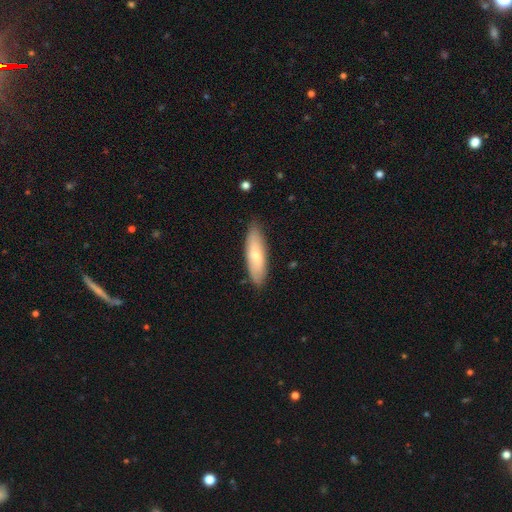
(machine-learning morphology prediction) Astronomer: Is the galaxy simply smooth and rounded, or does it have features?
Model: smooth — 69%.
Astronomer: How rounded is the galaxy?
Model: cigar-shaped — 54% (runner-up: in between, 44%).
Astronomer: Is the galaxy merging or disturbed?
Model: none — 85%.